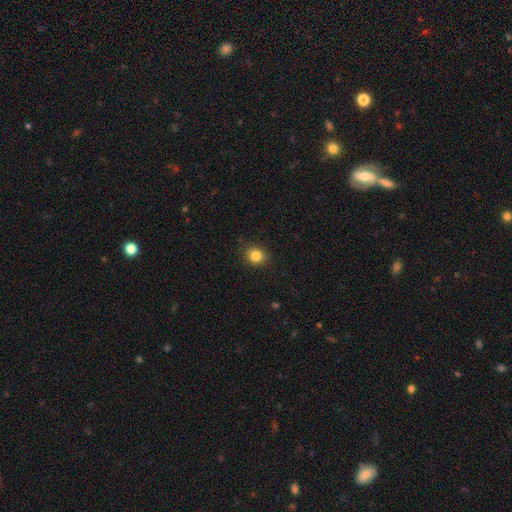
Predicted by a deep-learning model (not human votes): Smooth or featured?
  - smooth: 84% *
  - star or artifact: 11%
  - featured or disk: 5%
How rounded?
  - round: 73% *
  - in between: 26%
  - cigar-shaped: 1%
Merging?
  - none: 89% *
  - minor disturbance: 8%
  - major disturbance: 2%
  - merger: 1%